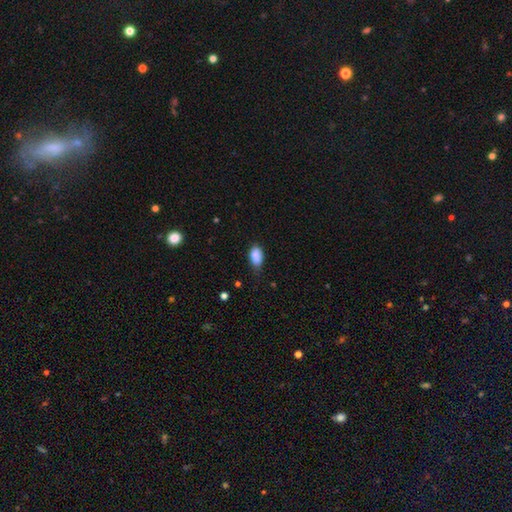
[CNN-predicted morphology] smooth_or_featured: smooth (p=0.85) [alt: star or artifact p=0.08]
how_rounded: in between (p=0.91) [alt: round p=0.06]
merging: none (p=0.55) [alt: minor disturbance p=0.36]